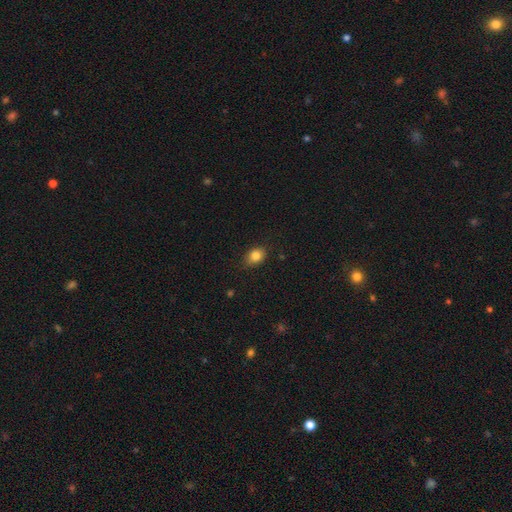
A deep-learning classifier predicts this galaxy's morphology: A smooth galaxy with no disk features (83%) that is in between round and cigar-shaped (65%).

Vote fractions:
- Smooth or featured? smooth: 83% / star or artifact: 10% / featured or disk: 7%
- How rounded? in between: 65% / round: 34% / cigar-shaped: 1%
- Merging? none: 80% / minor disturbance: 16% / major disturbance: 3% / merger: 1%